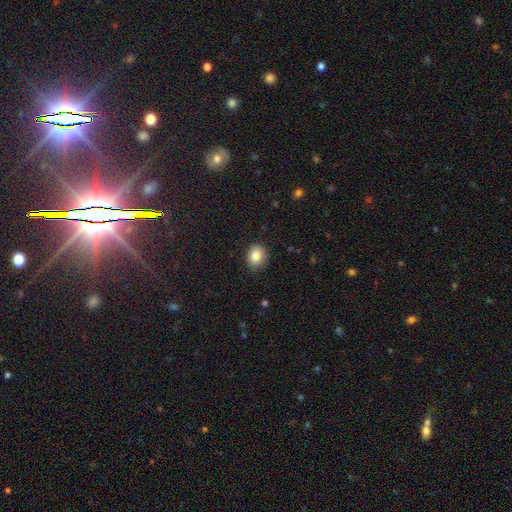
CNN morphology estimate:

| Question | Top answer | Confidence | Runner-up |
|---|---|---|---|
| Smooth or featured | smooth | 85% | star or artifact (9%) |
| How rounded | round | 59% | in between (40%) |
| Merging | none | 85% | minor disturbance (12%) |